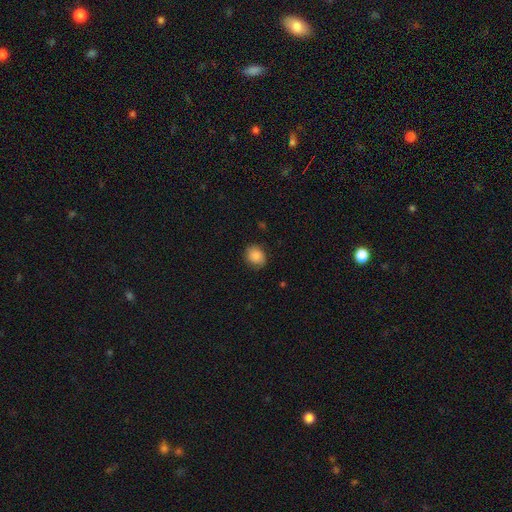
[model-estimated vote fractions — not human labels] Smooth or featured? smooth (84%)
How rounded? round (60%)
Merging? none (80%)